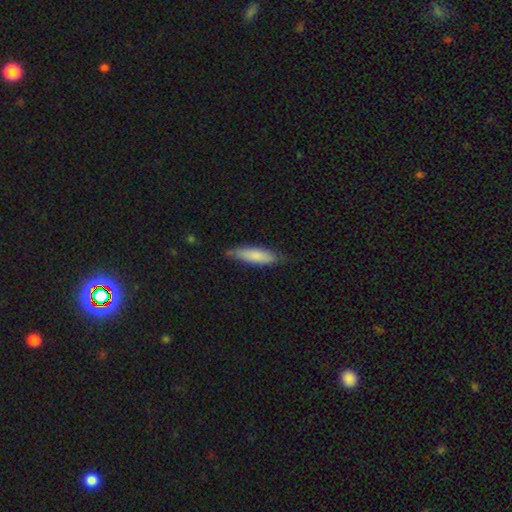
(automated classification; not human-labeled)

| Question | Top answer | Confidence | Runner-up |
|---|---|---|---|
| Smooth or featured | smooth | 81% | featured or disk (13%) |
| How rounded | cigar-shaped | 60% | in between (38%) |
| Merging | none | 74% | minor disturbance (21%) |